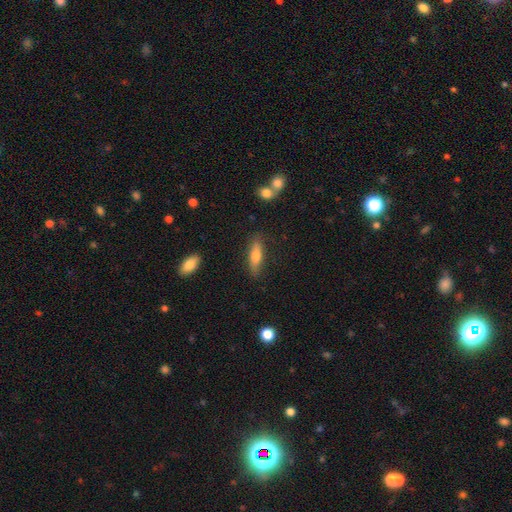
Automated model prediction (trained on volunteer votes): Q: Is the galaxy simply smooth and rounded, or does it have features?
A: smooth — 66%.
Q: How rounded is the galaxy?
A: cigar-shaped — 59%.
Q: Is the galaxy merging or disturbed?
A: none — 82%.